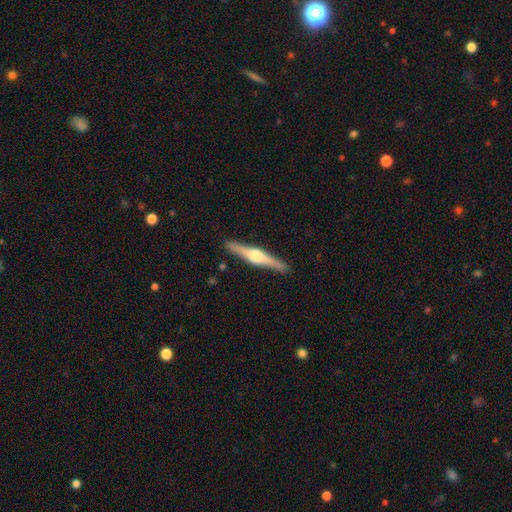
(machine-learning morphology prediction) A featured or disk galaxy (77%) viewed edge-on (98%) with a rounded central bulge (92%).

Vote fractions:
- Smooth or featured? featured or disk: 77% / smooth: 18% / star or artifact: 5%
- Edge-on disk? yes: 98% / no: 2%
- Edge-on bulge? rounded: 92% / boxy: 6% / none: 2%
- Merging? none: 91% / minor disturbance: 7% / major disturbance: 1% / merger: 1%